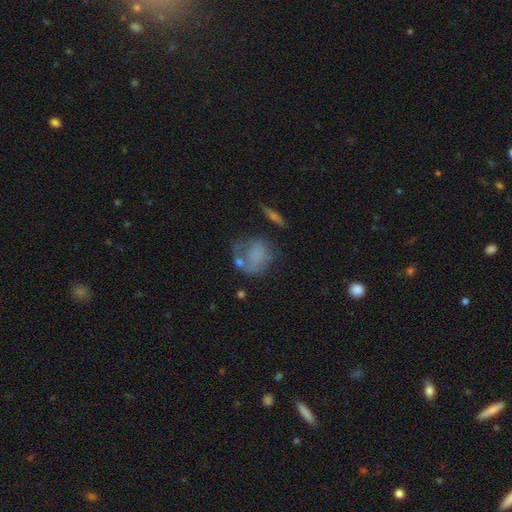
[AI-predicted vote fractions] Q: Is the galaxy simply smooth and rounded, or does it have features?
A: smooth — 53%.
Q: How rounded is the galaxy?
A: round — 59%.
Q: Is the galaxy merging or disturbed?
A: none — 37%.